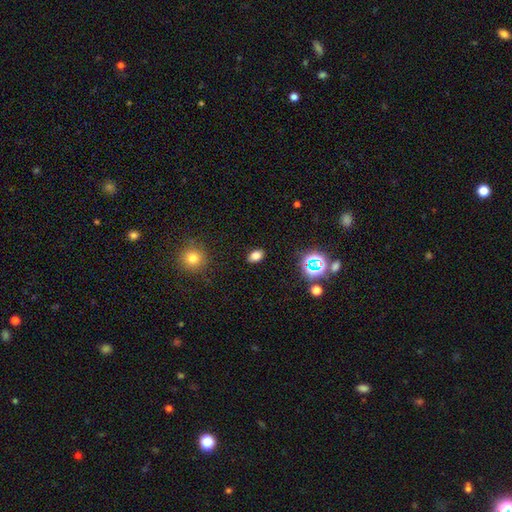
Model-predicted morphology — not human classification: Smooth or featured: smooth — 76% (star or artifact — 17%)
How rounded: in between — 84% (round — 14%)
Merging: none — 87% (minor disturbance — 9%)